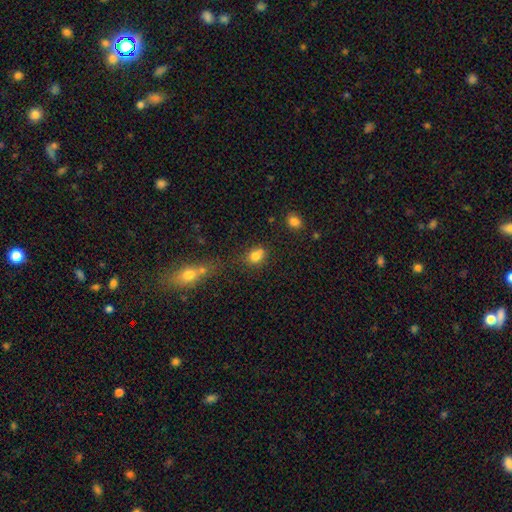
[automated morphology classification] Q: Smooth or featured?
A: smooth (77%); runner-up: star or artifact (13%)
Q: How rounded?
A: round (52%); runner-up: in between (46%)
Q: Merging?
A: none (50%); runner-up: merger (27%)